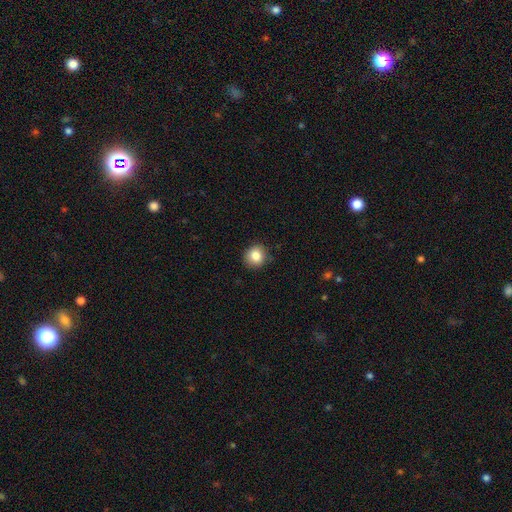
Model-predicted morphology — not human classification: smooth-or-featured: smooth: 84% | star or artifact: 10% | featured or disk: 6%
  how-rounded: round: 88% | in between: 11% | cigar-shaped: 1%
  merging: none: 88% | minor disturbance: 9% | major disturbance: 2% | merger: 1%